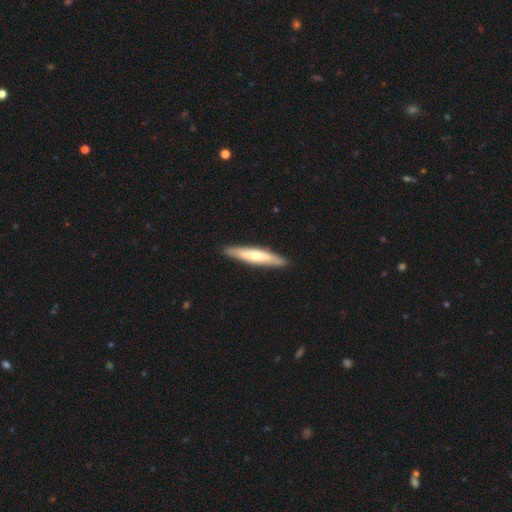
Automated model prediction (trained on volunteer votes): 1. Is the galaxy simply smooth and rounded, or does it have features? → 54% smooth, 42% featured or disk, 5% star or artifact.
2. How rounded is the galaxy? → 89% cigar-shaped, 10% in between, 1% round.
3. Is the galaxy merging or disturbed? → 90% none, 7% minor disturbance, 1% major disturbance, 1% merger.